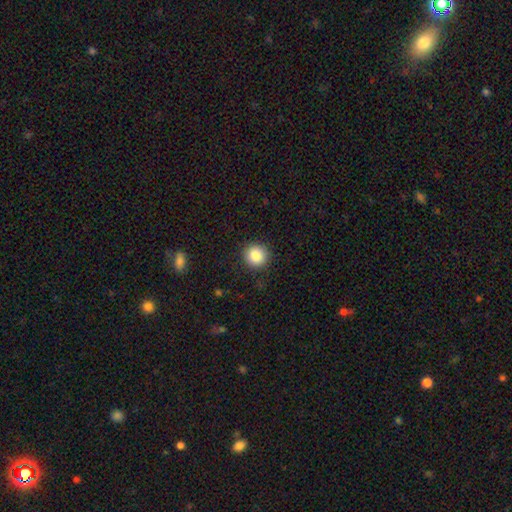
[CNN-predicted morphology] Smooth or featured? smooth (85%)
How rounded? round (93%)
Merging? none (91%)